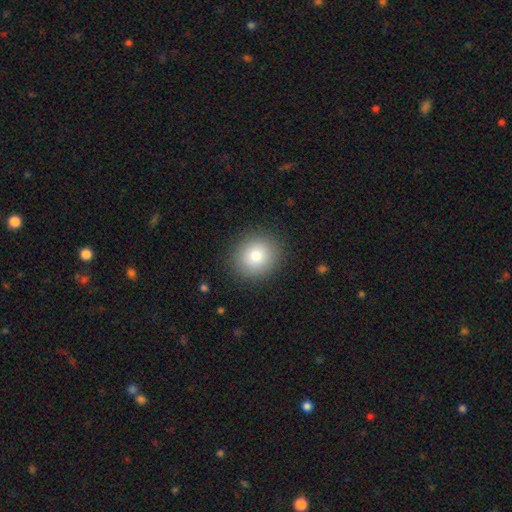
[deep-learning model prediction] smooth 79%, star or artifact 10%, featured or disk 10%. Down the decision tree: how rounded — round (86%); merging — none (89%).